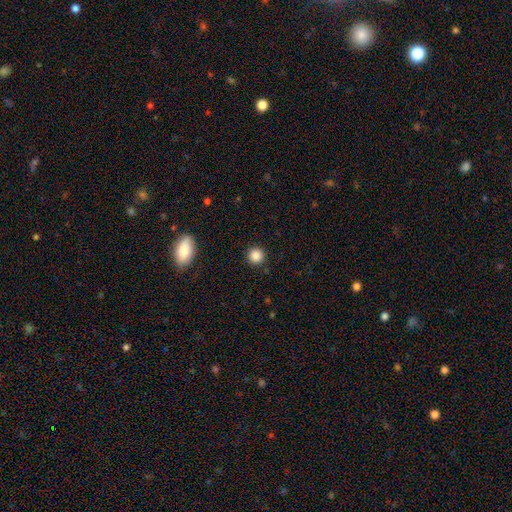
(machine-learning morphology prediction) Smooth or featured? Predicted: smooth (p=0.86). How rounded? Predicted: round (p=0.94). Merging? Predicted: none (p=0.91).